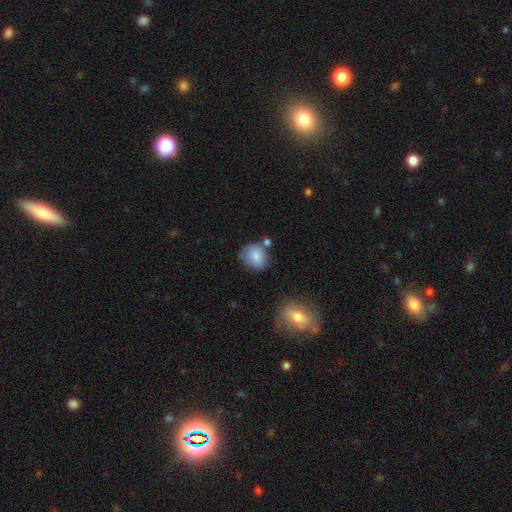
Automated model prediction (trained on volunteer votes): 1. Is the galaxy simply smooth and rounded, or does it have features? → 83% smooth, 9% featured or disk, 8% star or artifact.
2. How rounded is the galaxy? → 67% round, 32% in between, 1% cigar-shaped.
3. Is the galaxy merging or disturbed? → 60% none, 22% minor disturbance, 12% merger, 7% major disturbance.